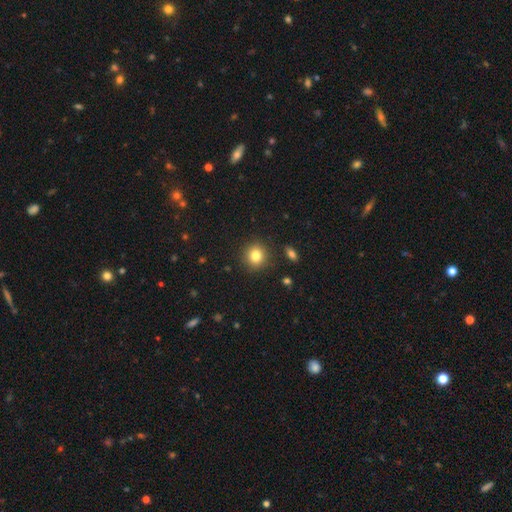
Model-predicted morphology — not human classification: Smooth or featured: smooth — 82% (star or artifact — 11%)
How rounded: round — 87% (in between — 12%)
Merging: none — 89% (minor disturbance — 7%)